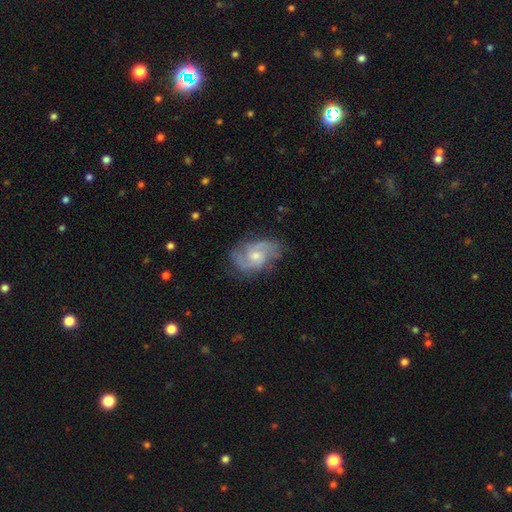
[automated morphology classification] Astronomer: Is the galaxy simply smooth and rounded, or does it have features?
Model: featured or disk — 83%.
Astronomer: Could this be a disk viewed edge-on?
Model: no — 97%.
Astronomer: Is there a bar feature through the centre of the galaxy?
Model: no — 59% (runner-up: weak, 37%).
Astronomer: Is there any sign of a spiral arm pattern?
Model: yes — 96%.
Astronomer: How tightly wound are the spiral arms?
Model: medium — 52% (runner-up: tight, 28%).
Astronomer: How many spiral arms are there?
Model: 2 — 61%.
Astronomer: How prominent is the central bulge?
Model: moderate — 49% (runner-up: small, 45%).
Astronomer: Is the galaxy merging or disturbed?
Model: none — 70%.